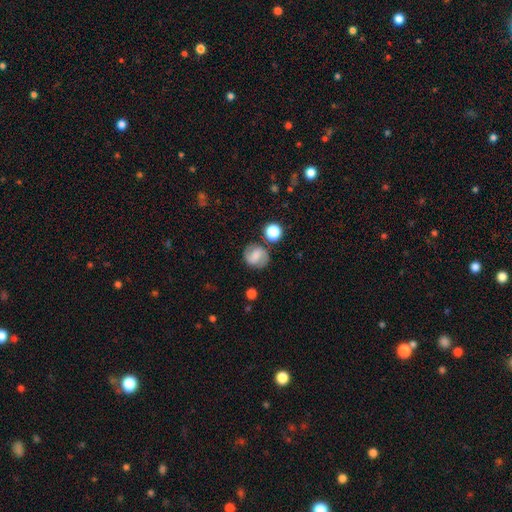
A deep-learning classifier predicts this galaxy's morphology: Overall: featured or disk (48%; smooth 42%). Merging: none (74%).